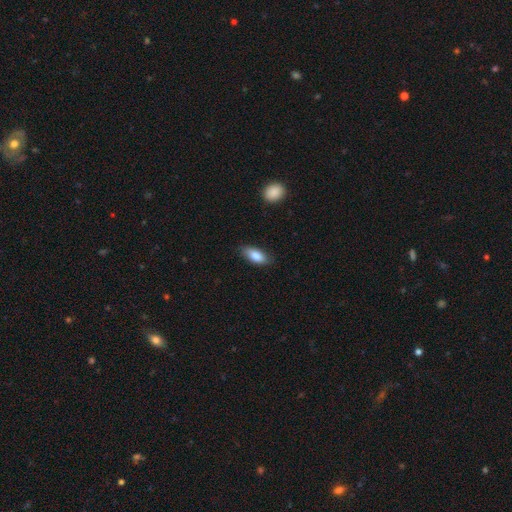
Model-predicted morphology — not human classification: Smooth or featured?
  - smooth: 84% *
  - featured or disk: 9%
  - star or artifact: 6%
How rounded?
  - in between: 84% *
  - cigar-shaped: 13%
  - round: 2%
Merging?
  - none: 82% *
  - minor disturbance: 14%
  - major disturbance: 3%
  - merger: 1%